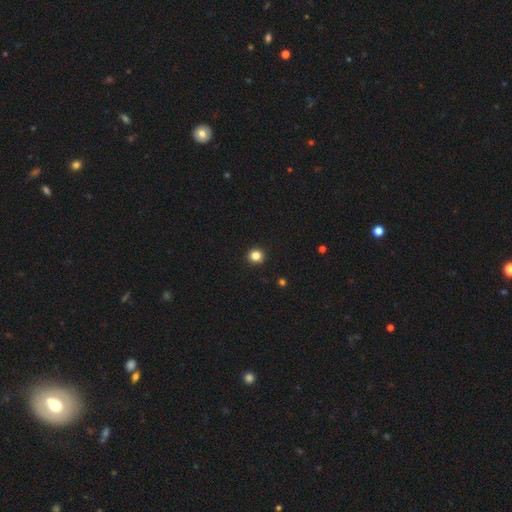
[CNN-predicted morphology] This is clearly a smooth galaxy (83%). How rounded: clearly round (93%). Merging: clearly none (94%).